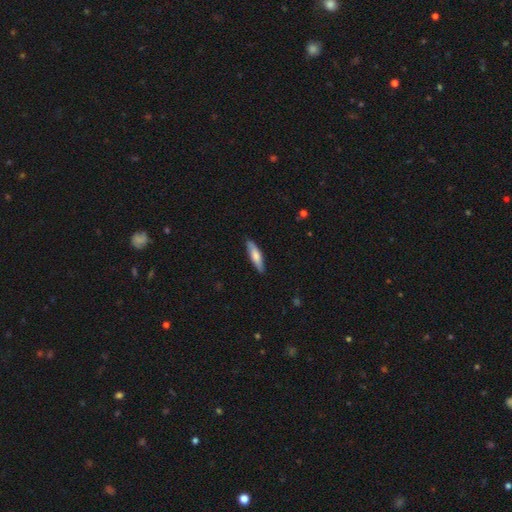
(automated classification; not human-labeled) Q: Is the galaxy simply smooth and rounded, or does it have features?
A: smooth — 68%.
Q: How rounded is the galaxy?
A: cigar-shaped — 72%.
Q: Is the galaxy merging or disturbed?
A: none — 86%.